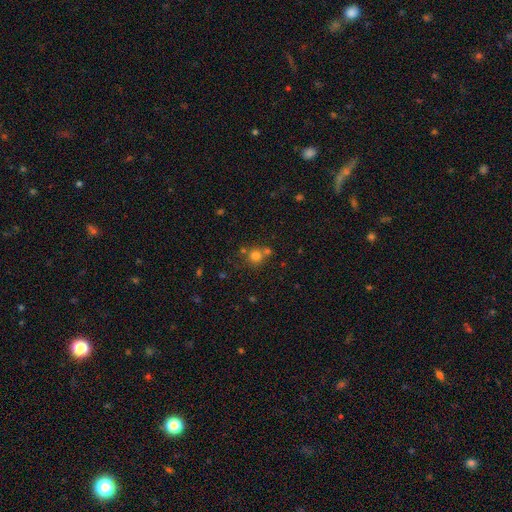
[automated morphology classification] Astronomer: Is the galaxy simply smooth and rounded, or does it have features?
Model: smooth — 75%.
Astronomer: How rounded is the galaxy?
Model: round — 90%.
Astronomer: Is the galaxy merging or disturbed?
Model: none — 61%.